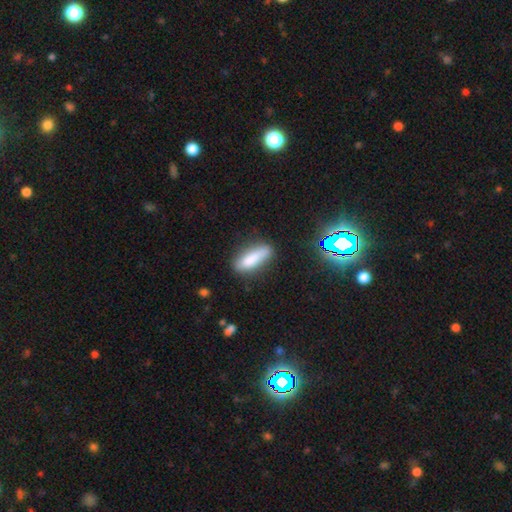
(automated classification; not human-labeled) The model was most divided on "how rounded": cigar-shaped: 51%, in between: 47%, round: 2%. More confident: smooth or featured — smooth (78%); merging — none (74%).